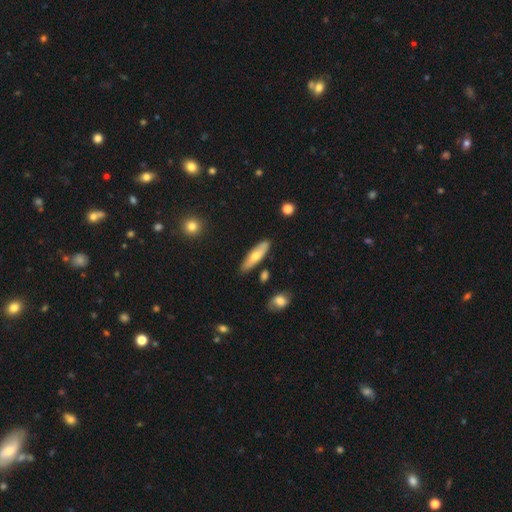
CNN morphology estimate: smooth_or_featured: smooth (p=0.60) [alt: featured or disk p=0.34]
how_rounded: cigar-shaped (p=0.62) [alt: in between p=0.36]
merging: none (p=0.84) [alt: minor disturbance p=0.11]